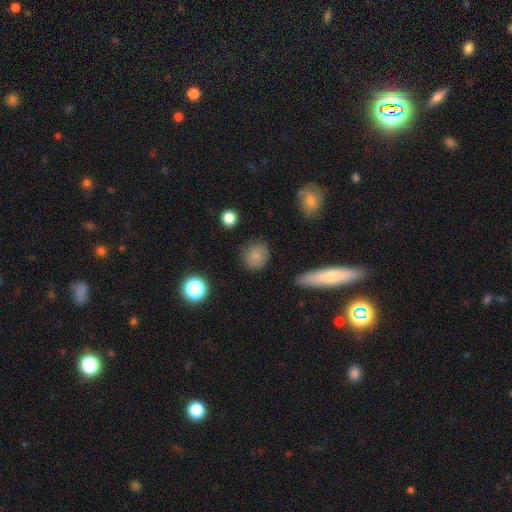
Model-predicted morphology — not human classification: A smooth galaxy with no disk features (78%) that is round (82%). Merging: none (79%).